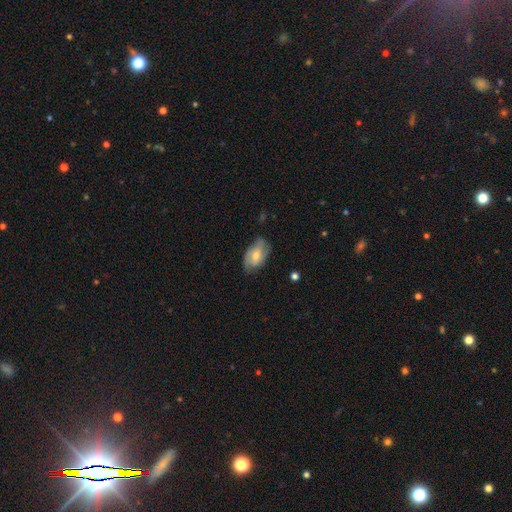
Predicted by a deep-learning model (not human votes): Overall: featured or disk (49%; smooth 44%). Merging: none (61%; minor disturbance 30%).